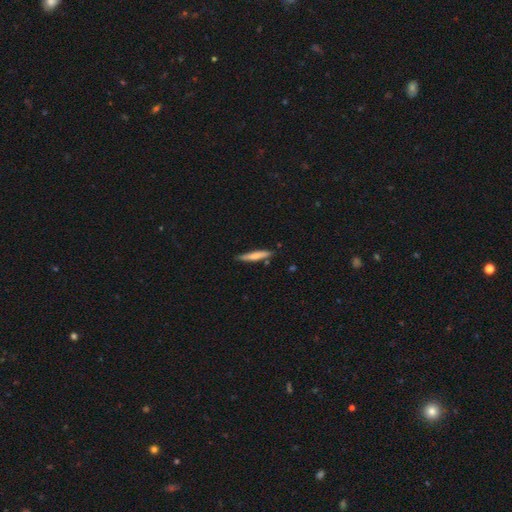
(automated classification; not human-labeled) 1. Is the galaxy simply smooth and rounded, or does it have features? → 65% smooth, 30% featured or disk, 6% star or artifact.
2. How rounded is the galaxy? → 91% cigar-shaped, 7% in between, 1% round.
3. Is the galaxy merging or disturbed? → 83% none, 12% minor disturbance, 3% merger, 2% major disturbance.